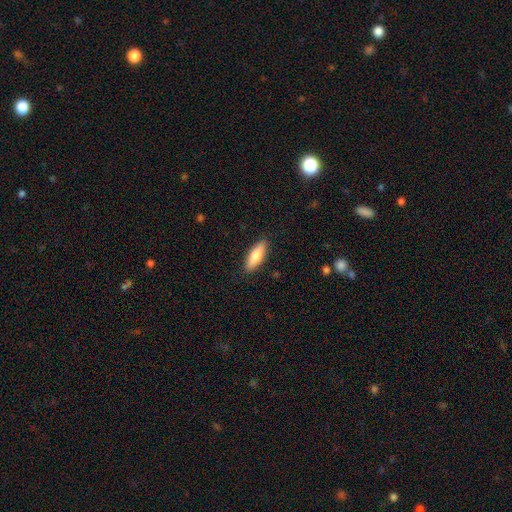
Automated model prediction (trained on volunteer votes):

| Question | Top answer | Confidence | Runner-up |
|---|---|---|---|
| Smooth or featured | smooth | 72% | featured or disk (22%) |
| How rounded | in between | 55% | cigar-shaped (43%) |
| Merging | none | 88% | minor disturbance (9%) |